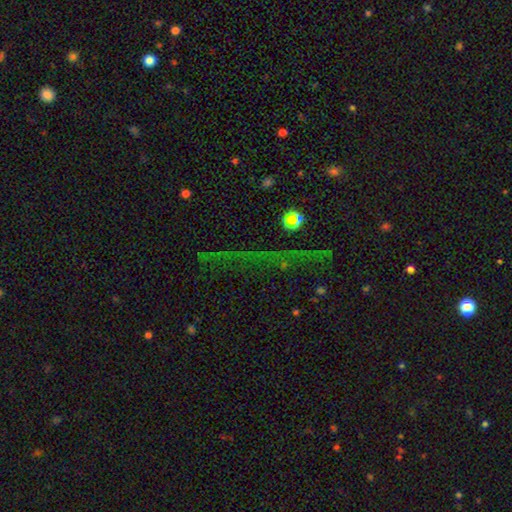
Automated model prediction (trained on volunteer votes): Smooth or featured: star or artifact — 70% (smooth — 17%)